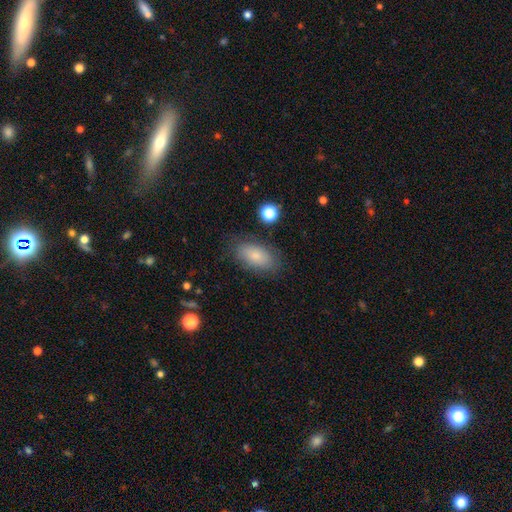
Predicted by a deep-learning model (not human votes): Smooth or featured?
  - smooth: 79% *
  - featured or disk: 13%
  - star or artifact: 8%
How rounded?
  - in between: 92% *
  - round: 5%
  - cigar-shaped: 3%
Merging?
  - none: 80% *
  - minor disturbance: 14%
  - major disturbance: 5%
  - merger: 2%